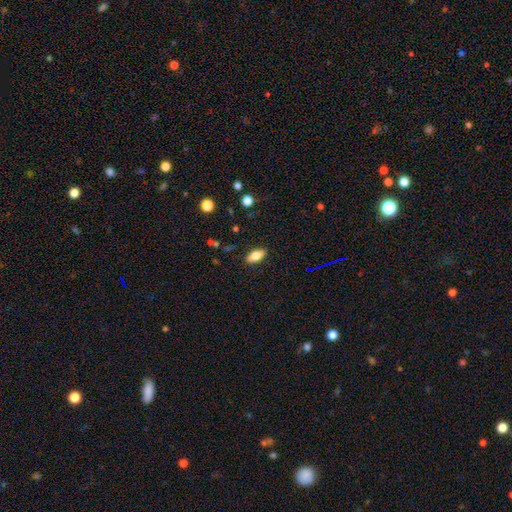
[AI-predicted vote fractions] smooth 74%, featured or disk 18%, star or artifact 8%. Down the decision tree: how rounded — in between (86%); merging — none (87%).